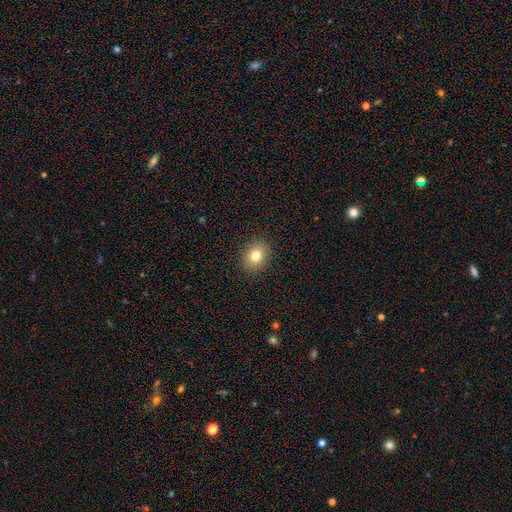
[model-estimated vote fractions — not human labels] Smooth or featured: smooth — 80% (star or artifact — 11%)
How rounded: round — 63% (in between — 36%)
Merging: none — 90% (minor disturbance — 7%)